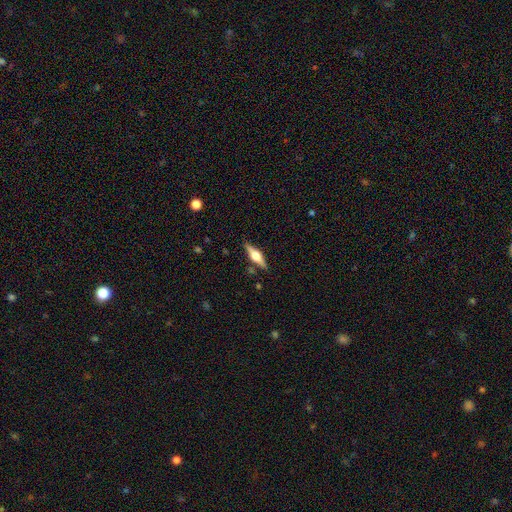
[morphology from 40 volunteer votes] Smooth or featured? 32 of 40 (80%) said featured or disk. Edge-on disk? 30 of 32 (94%) said yes. Edge-on bulge? 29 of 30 (97%) said rounded. Merging? 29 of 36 (81%) said none.